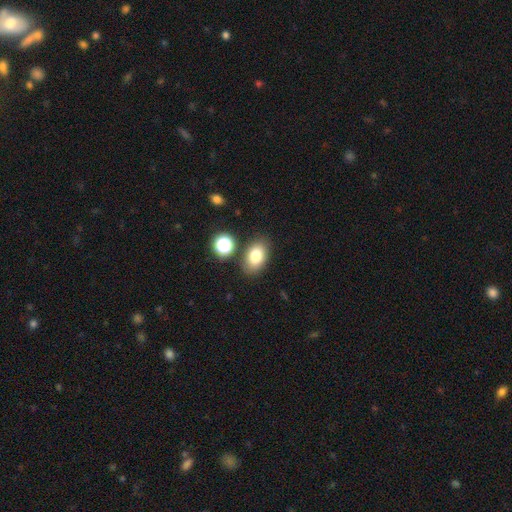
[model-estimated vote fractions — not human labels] A smooth galaxy with no disk features (80%) that is in between round and cigar-shaped (87%).

Vote fractions:
- Smooth or featured? smooth: 80% / featured or disk: 10% / star or artifact: 10%
- How rounded? in between: 87% / round: 11% / cigar-shaped: 1%
- Merging? none: 81% / minor disturbance: 10% / merger: 6% / major disturbance: 3%